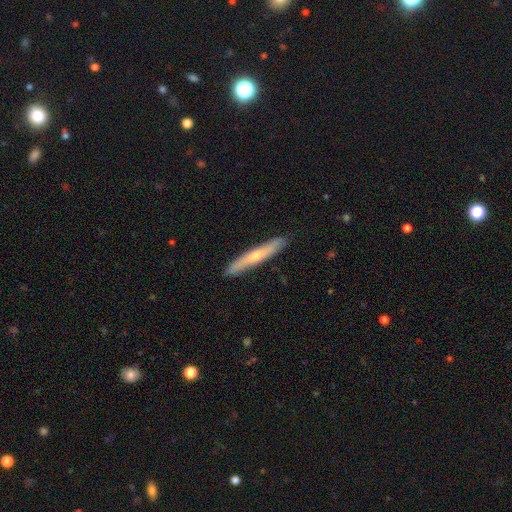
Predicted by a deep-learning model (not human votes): Smooth or featured?
  - smooth: 52% *
  - featured or disk: 43%
  - star or artifact: 5%
How rounded?
  - cigar-shaped: 95% *
  - in between: 4%
  - round: 1%
Merging?
  - none: 89% *
  - minor disturbance: 8%
  - major disturbance: 1%
  - merger: 1%